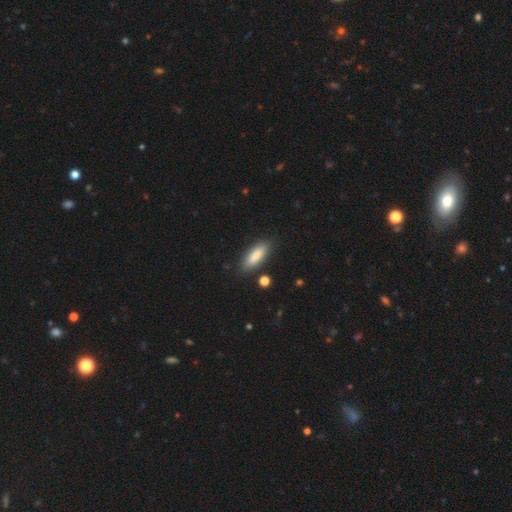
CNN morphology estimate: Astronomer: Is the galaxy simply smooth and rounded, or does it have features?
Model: smooth — 85%.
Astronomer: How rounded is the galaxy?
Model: in between — 56% (runner-up: cigar-shaped, 42%).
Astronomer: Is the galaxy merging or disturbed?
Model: none — 85%.